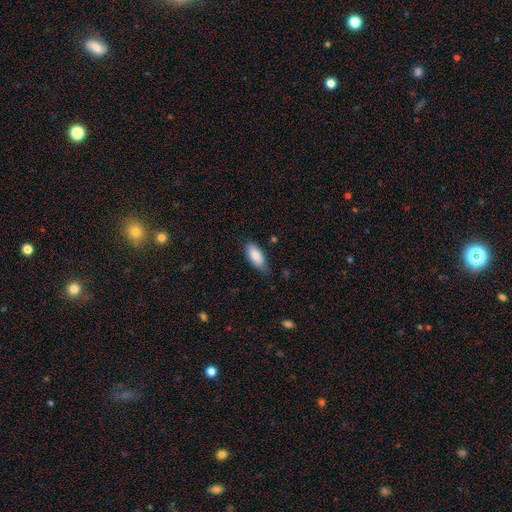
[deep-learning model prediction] Q: Smooth or featured?
A: smooth (86%); runner-up: featured or disk (8%)
Q: How rounded?
A: in between (86%); runner-up: cigar-shaped (12%)
Q: Merging?
A: none (72%); runner-up: minor disturbance (23%)